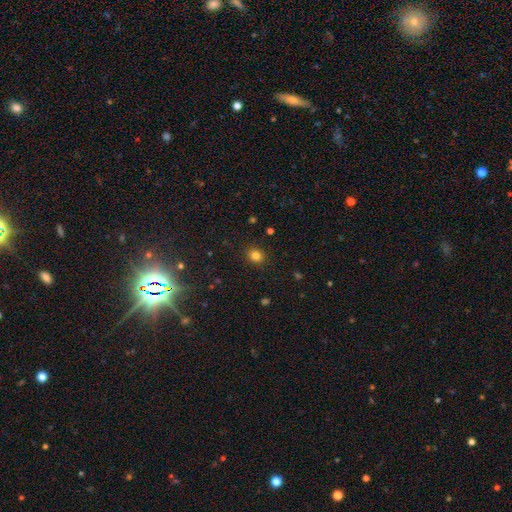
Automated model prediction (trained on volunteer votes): This is clearly a smooth galaxy (82%). How rounded: likely round (79%). Merging: clearly none (90%).